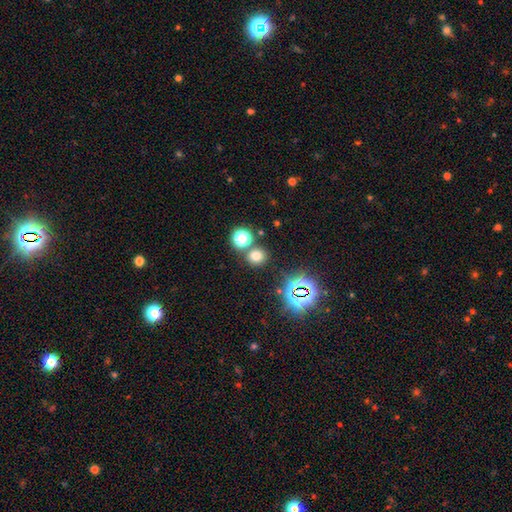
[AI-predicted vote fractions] This appears to be a smooth galaxy with no disk features (69%) that is round (84%). Merging: none (73%).